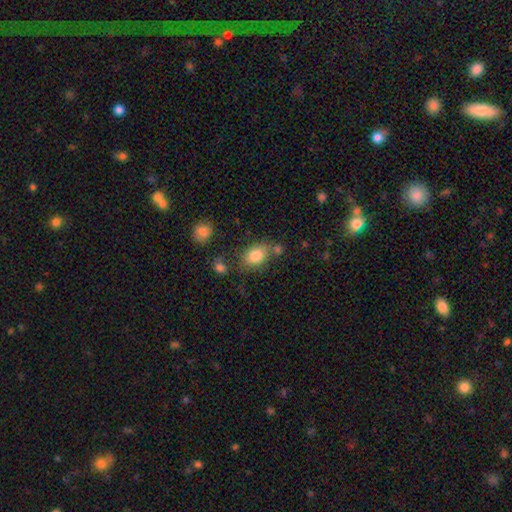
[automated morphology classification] smooth 82%, featured or disk 10%, star or artifact 9%. Down the decision tree: how rounded — in between (82%); merging — none (64%).